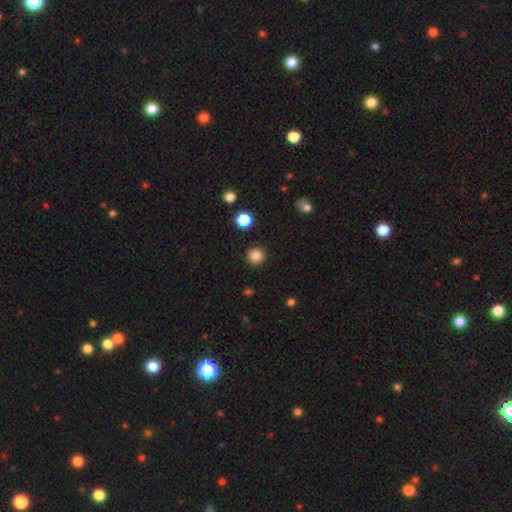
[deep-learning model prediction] smooth_or_featured: smooth (p=0.85) [alt: star or artifact p=0.11]
how_rounded: round (p=0.95) [alt: in between p=0.04]
merging: none (p=0.92) [alt: minor disturbance p=0.05]